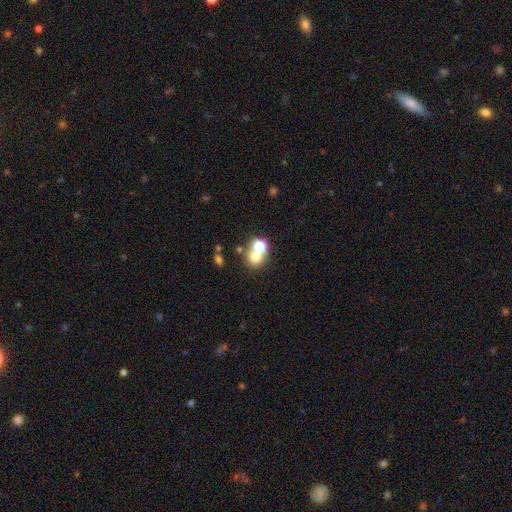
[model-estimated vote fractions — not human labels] The model was most divided on "merging": merger: 46%, none: 43%, minor disturbance: 7%, major disturbance: 4%. More confident: how rounded — round (79%); smooth or featured — smooth (69%).